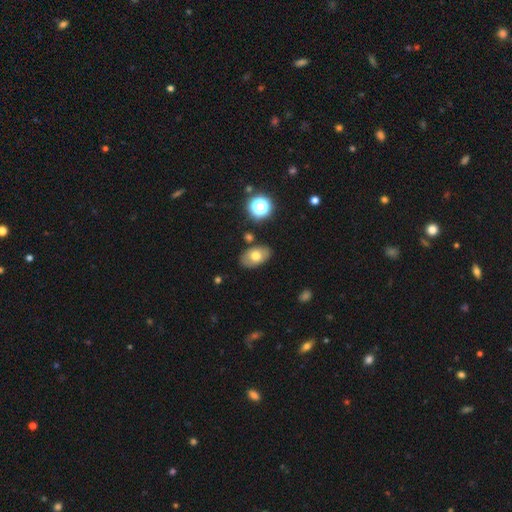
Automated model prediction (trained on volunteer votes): Smooth or featured?
  - smooth: 64% *
  - featured or disk: 26%
  - star or artifact: 9%
How rounded?
  - in between: 87% *
  - round: 12%
  - cigar-shaped: 1%
Merging?
  - none: 82% *
  - minor disturbance: 12%
  - merger: 4%
  - major disturbance: 3%